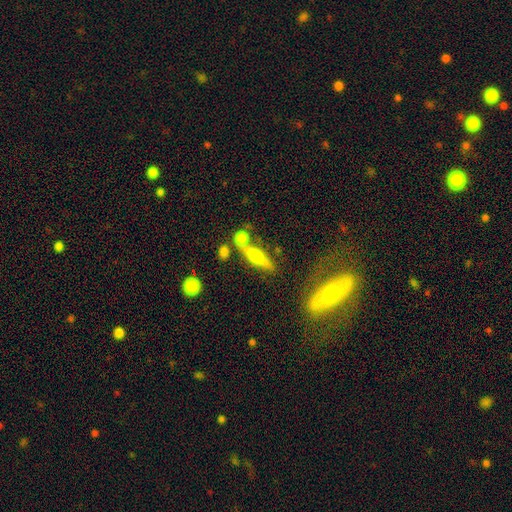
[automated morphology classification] smooth_or_featured: featured or disk (p=0.53) [alt: smooth p=0.38]
disk_edge_on: yes (p=0.89) [alt: no p=0.11]
merging: none (p=0.61) [alt: merger p=0.21]